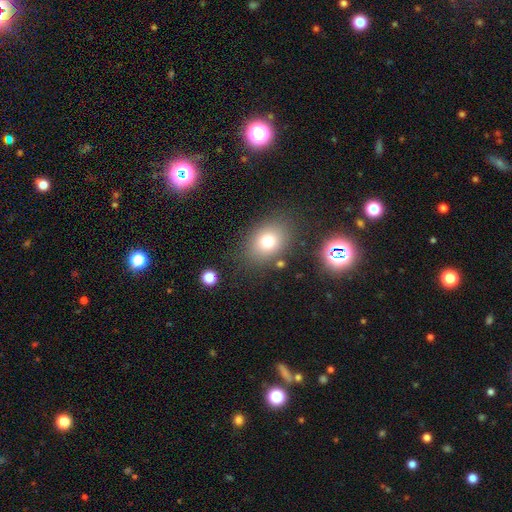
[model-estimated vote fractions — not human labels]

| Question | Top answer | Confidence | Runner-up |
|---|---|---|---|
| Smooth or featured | smooth | 60% | star or artifact (30%) |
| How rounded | in between | 53% | round (45%) |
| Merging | none | 86% | minor disturbance (8%) |